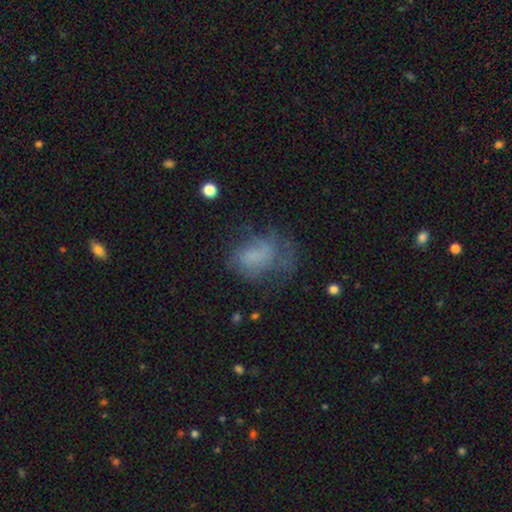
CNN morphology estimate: Smooth or featured?
  - smooth: 50% *
  - featured or disk: 35%
  - star or artifact: 15%
How rounded?
  - in between: 75% *
  - round: 23%
  - cigar-shaped: 2%
Merging?
  - none: 40% *
  - major disturbance: 33%
  - minor disturbance: 25%
  - merger: 3%